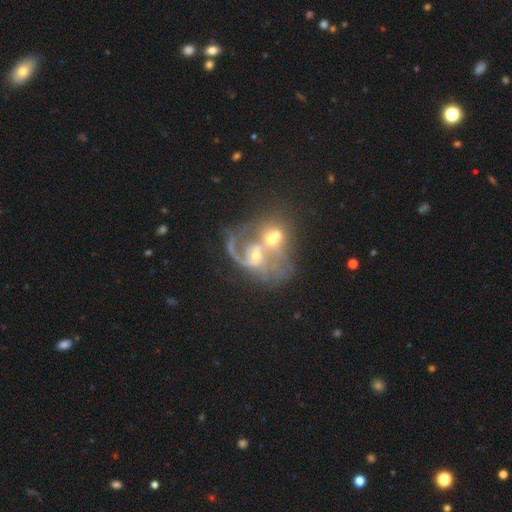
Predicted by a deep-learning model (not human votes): Smooth or featured: featured or disk — 76% (smooth — 14%)
Edge-on disk: no — 98% (yes — 2%)
Bar: no — 63% (weak — 28%)
Spiral arms: yes — 83% (no — 17%)
Spiral winding: loose — 47% (medium — 39%)
Spiral arm count: 2 — 41% (1 — 25%)
Bulge size: moderate — 48% (small — 37%)
Merging: merger — 68% (major disturbance — 14%)